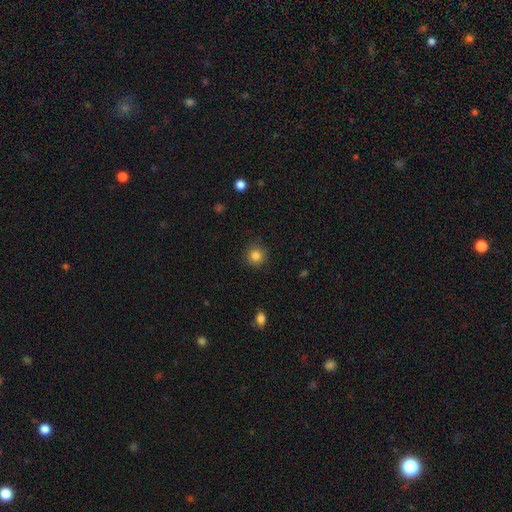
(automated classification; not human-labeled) This is clearly a smooth galaxy (84%). How rounded: clearly round (93%). Merging: clearly none (89%).